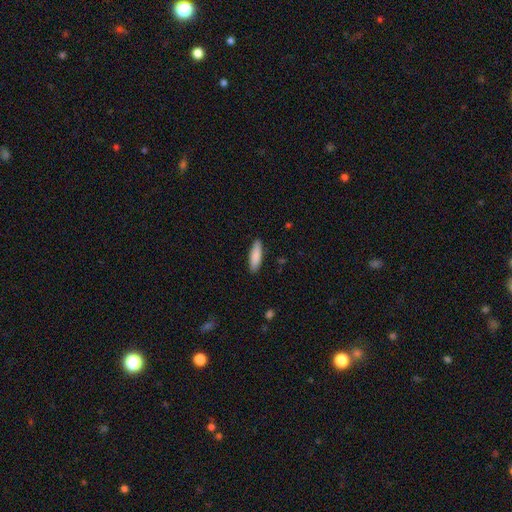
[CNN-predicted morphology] Smooth or featured?
  - smooth: 88% *
  - featured or disk: 7%
  - star or artifact: 6%
How rounded?
  - cigar-shaped: 55% *
  - in between: 43%
  - round: 1%
Merging?
  - none: 89% *
  - minor disturbance: 9%
  - major disturbance: 2%
  - merger: 1%